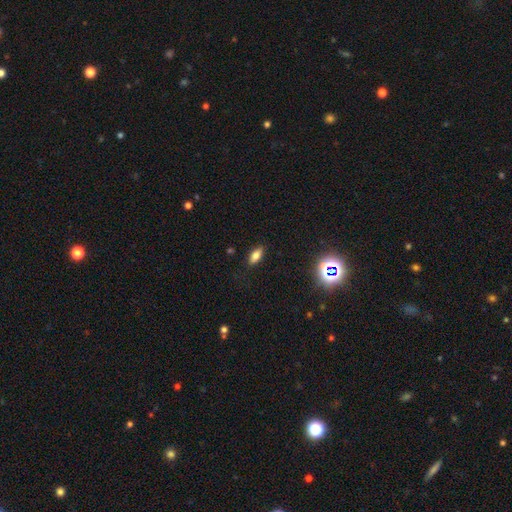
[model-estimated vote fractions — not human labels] Overall: smooth (75%). How rounded: in between (83%). Merging: none (86%).